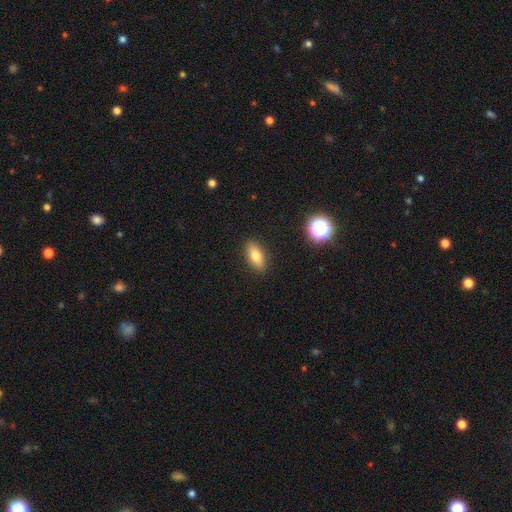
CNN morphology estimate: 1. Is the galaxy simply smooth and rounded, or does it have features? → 76% smooth, 15% featured or disk, 9% star or artifact.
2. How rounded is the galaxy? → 82% in between, 13% cigar-shaped, 5% round.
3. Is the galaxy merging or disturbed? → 89% none, 8% minor disturbance, 2% major disturbance, 1% merger.